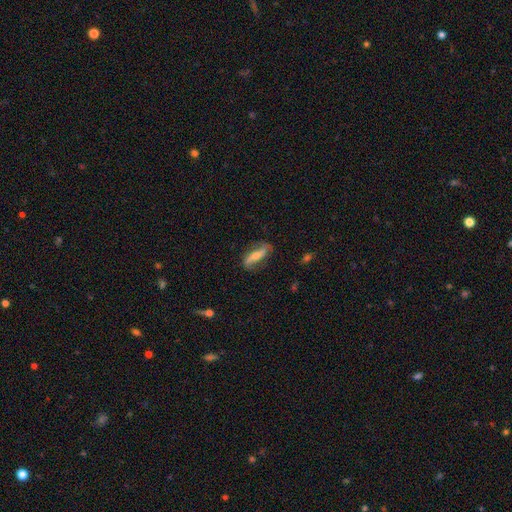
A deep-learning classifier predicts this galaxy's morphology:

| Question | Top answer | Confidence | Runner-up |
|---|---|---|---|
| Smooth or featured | featured or disk | 67% | smooth (26%) |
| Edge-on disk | no | 80% | yes (20%) |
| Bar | strong | 50% | weak (25%) |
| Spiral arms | yes | 87% | no (13%) |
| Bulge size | small | 43% | tied: moderate (43%) |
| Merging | none | 75% | minor disturbance (17%) |